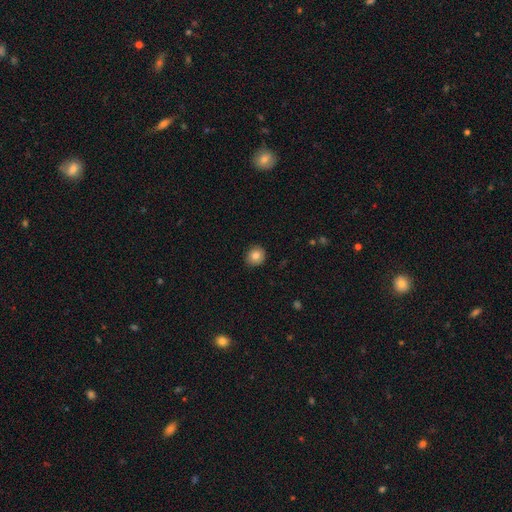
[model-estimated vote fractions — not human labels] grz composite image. It shows a smooth galaxy with no disk features (81%) that is round (86%). Merging: none (88%).